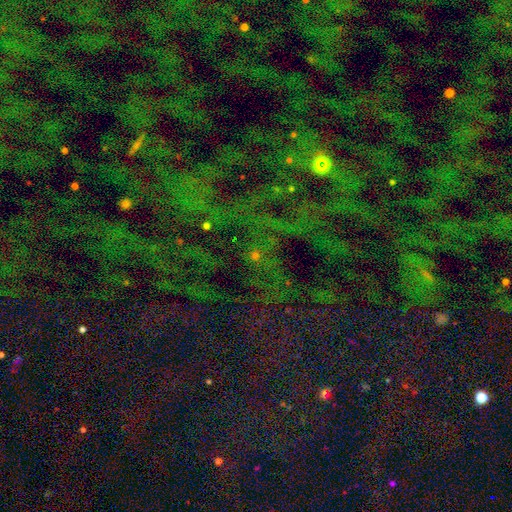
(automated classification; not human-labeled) Morphology: type=star or artifact (73%).